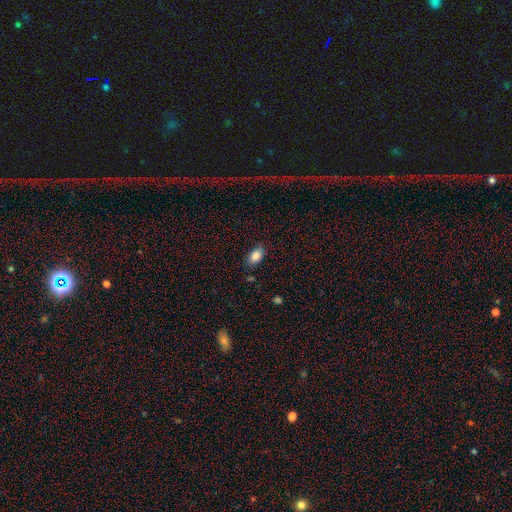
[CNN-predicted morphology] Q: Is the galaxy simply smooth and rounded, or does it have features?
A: smooth — 85%.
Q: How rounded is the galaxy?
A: in between — 89%.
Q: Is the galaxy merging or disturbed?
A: none — 79%.